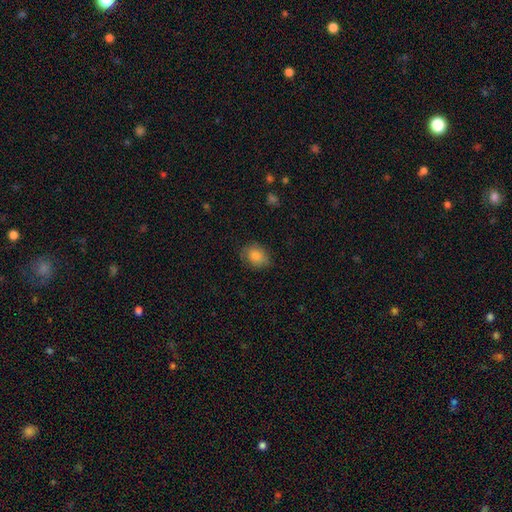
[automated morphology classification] The model was most divided on "how rounded": in between: 55%, round: 44%, cigar-shaped: 1%. More confident: smooth or featured — smooth (82%); merging — none (80%).